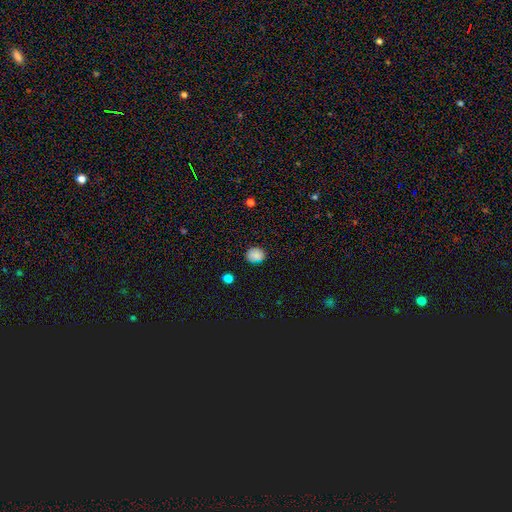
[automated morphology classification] Smooth or featured? Predicted: smooth (p=0.85). How rounded? Predicted: round (p=0.60). Merging? Predicted: none (p=0.82).